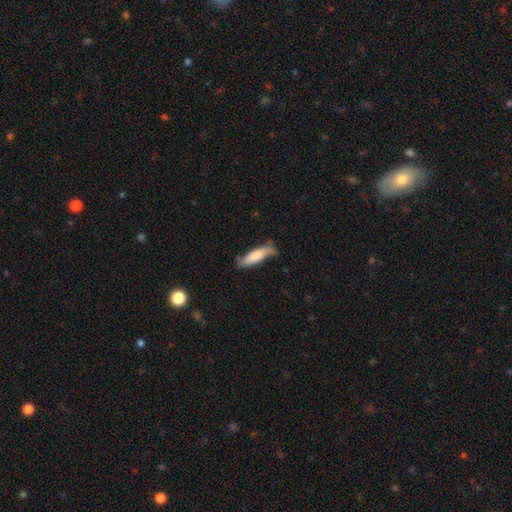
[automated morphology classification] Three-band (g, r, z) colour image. It shows a smooth galaxy with no disk features (73%) that is cigar-shaped (65%). Merging: none (62%).